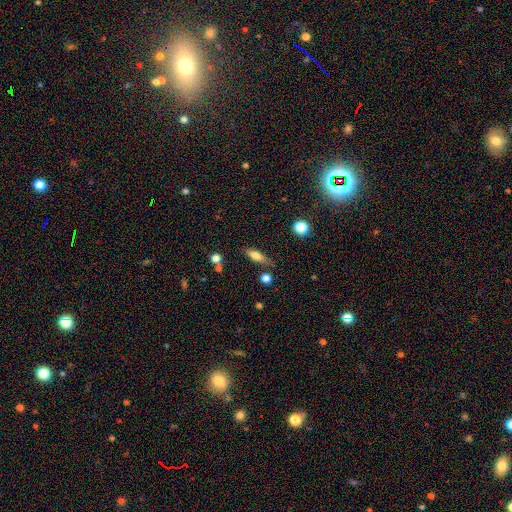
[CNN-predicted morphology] The model was most divided on "how rounded": cigar-shaped: 51%, in between: 45%, round: 4%. More confident: merging — none (72%); smooth or featured — smooth (61%).